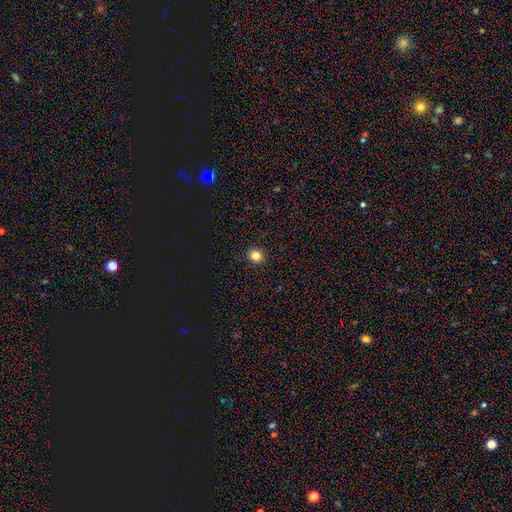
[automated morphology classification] smooth_or_featured: smooth (p=0.82) [alt: star or artifact p=0.13]
how_rounded: round (p=0.83) [alt: in between p=0.16]
merging: none (p=0.92) [alt: minor disturbance p=0.05]